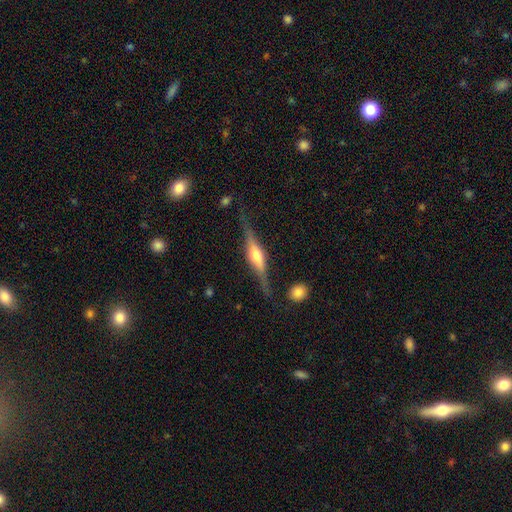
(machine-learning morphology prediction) Smooth or featured? Predicted: featured or disk (p=0.79). Edge-on disk? Predicted: yes (p=0.97). Edge-on bulge? Predicted: rounded (p=0.87). Merging? Predicted: none (p=0.82).